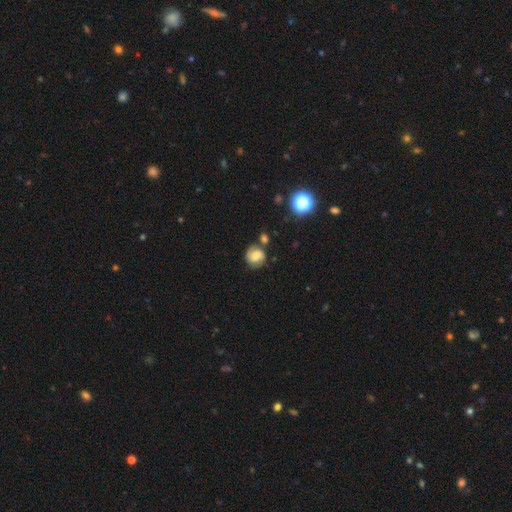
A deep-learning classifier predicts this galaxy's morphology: Overall: featured or disk (48%; smooth 41%). Merging: none (65%).